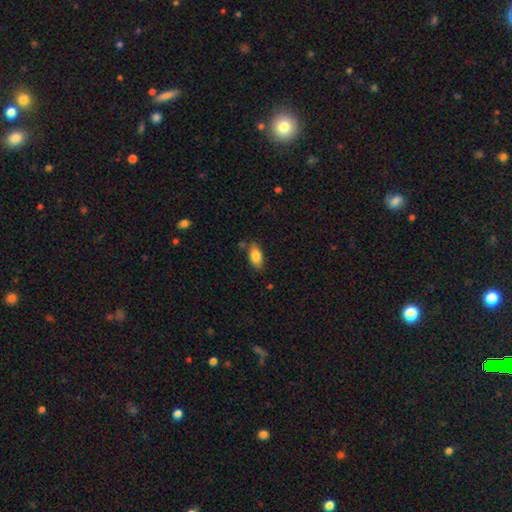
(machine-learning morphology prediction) Smooth or featured?
  - smooth: 83% *
  - featured or disk: 9%
  - star or artifact: 7%
How rounded?
  - in between: 89% *
  - cigar-shaped: 7%
  - round: 4%
Merging?
  - none: 76% *
  - minor disturbance: 17%
  - merger: 4%
  - major disturbance: 3%